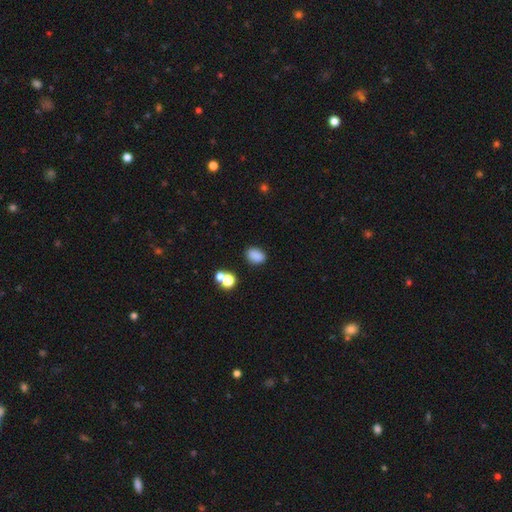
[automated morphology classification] smooth 84%, star or artifact 11%, featured or disk 5%. Down the decision tree: how rounded — in between (82%); merging — none (82%).